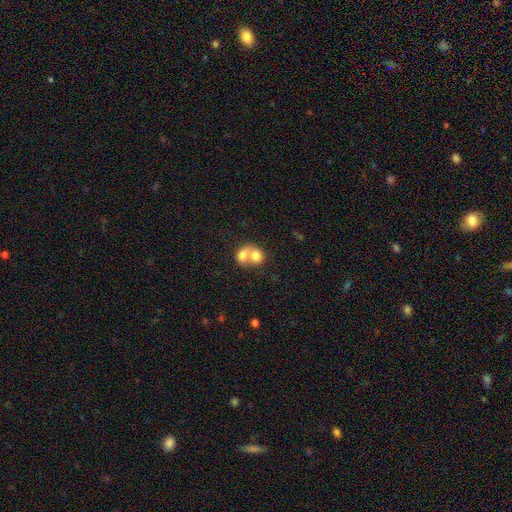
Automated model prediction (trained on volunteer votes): Morphology: type=smooth (72%); roundness=round (54%); merging=merger (77%).